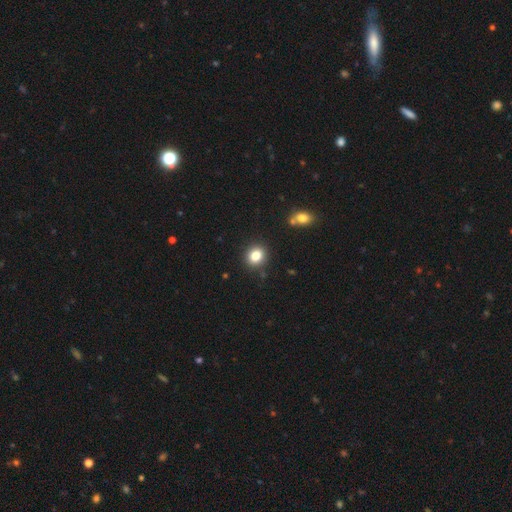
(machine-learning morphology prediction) This appears to be a smooth galaxy with no disk features (82%) that is round (74%). Merging: none (88%).